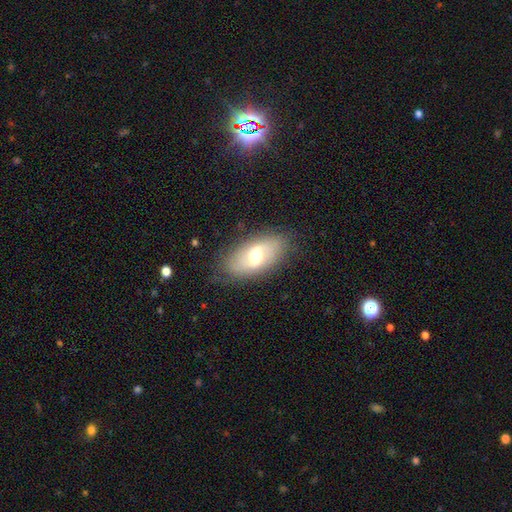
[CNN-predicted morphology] A featured or disk galaxy (51%). Merging: none (79%).